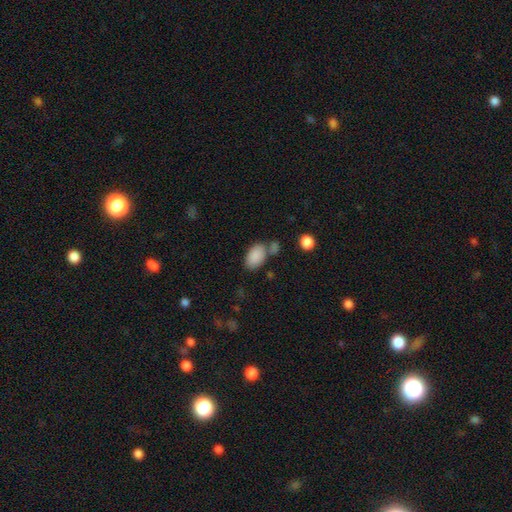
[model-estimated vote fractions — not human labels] Overall: smooth (88%). How rounded: in between (93%). Merging: none (61%).